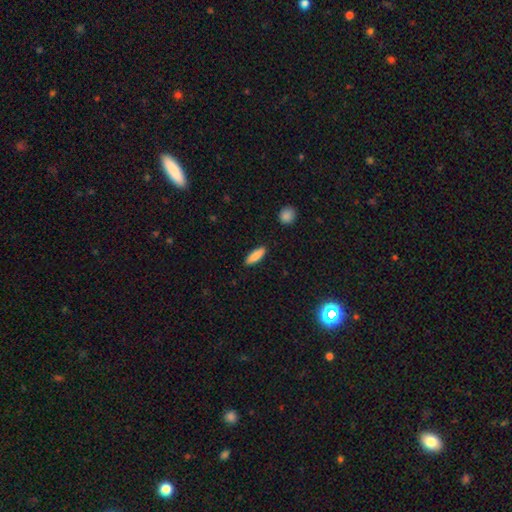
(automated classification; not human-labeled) This is clearly a smooth galaxy (84%). How rounded: possibly in between (49%, tied with cigar-shaped). Merging: clearly none (88%).